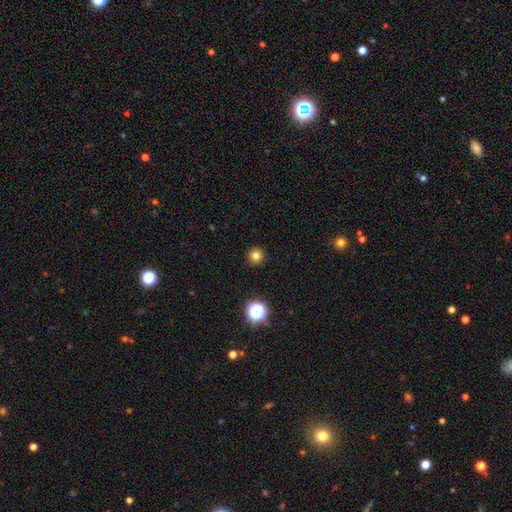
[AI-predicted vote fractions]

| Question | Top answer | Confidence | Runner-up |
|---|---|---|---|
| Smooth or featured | smooth | 79% | star or artifact (15%) |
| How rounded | round | 95% | in between (4%) |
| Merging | none | 92% | minor disturbance (5%) |